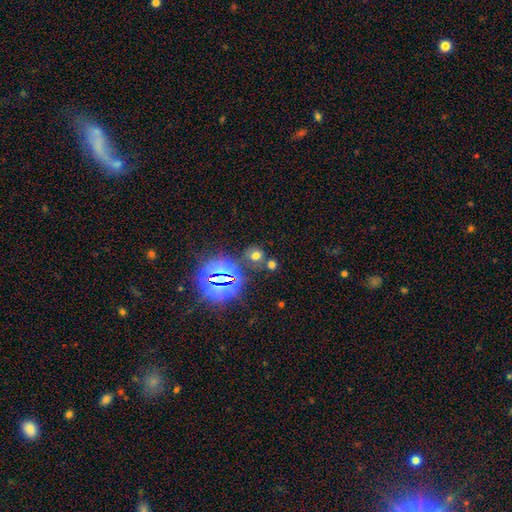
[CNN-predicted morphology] A smooth galaxy with no disk features (54%) that is round (75%).

Vote fractions:
- Smooth or featured? smooth: 54% / star or artifact: 37% / featured or disk: 9%
- How rounded? round: 75% / in between: 23% / cigar-shaped: 1%
- Merging? none: 70% / merger: 15% / minor disturbance: 11% / major disturbance: 5%